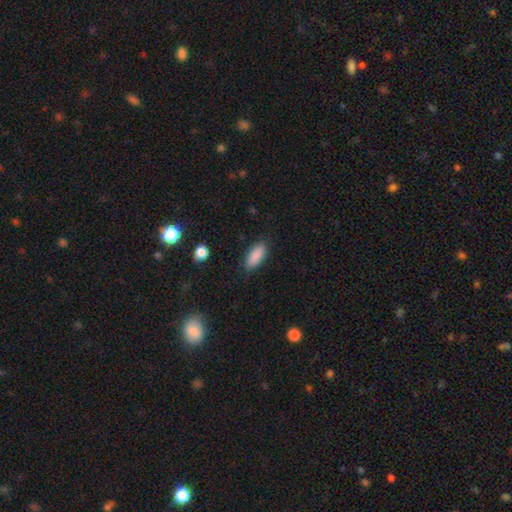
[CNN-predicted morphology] smooth 89%, star or artifact 7%, featured or disk 5%. Down the decision tree: how rounded — in between (81%); merging — none (85%).